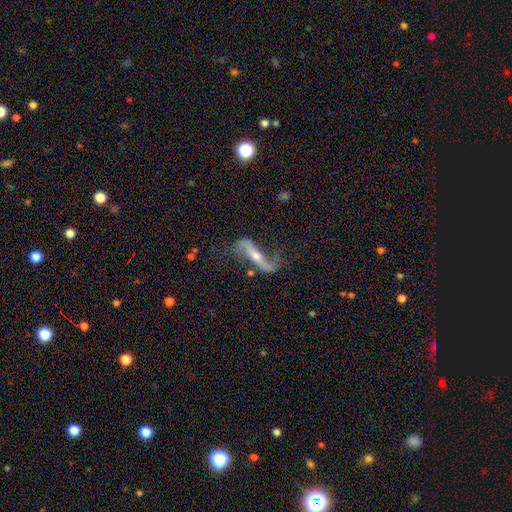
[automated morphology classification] A featured or disk galaxy (84%) with a strong bar (46%), 2 (89%) loose (83%) spiral arms (93%) and a small central bulge (50%).

Vote fractions:
- Smooth or featured? featured or disk: 84% / smooth: 9% / star or artifact: 7%
- Edge-on disk? no: 81% / yes: 19%
- Bar? strong: 46% / no: 28% / weak: 25%
- Spiral arms? yes: 93% / no: 7%
- Spiral winding? loose: 83% / medium: 12% / tight: 5%
- Spiral arm count? 2: 89% / 1: 5% / can't tell: 3% / 3: 1% / 4: 1% / more than 4: 1%
- Bulge size? small: 50% / moderate: 44% / none: 3% / large: 2% / dominant: 1%
- Merging? none: 63% / minor disturbance: 18% / major disturbance: 15% / merger: 3%